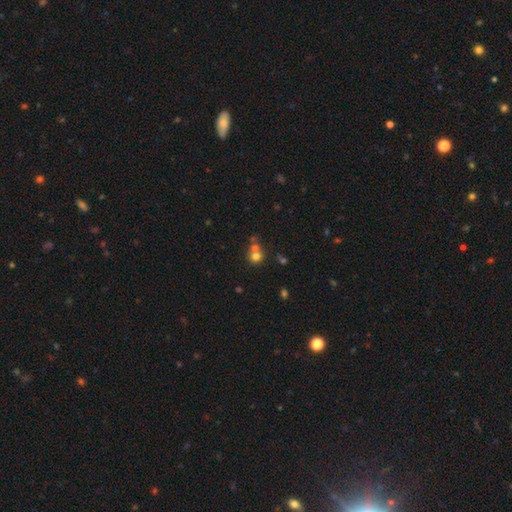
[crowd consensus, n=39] Smooth or featured? smooth (79%)
How rounded? round (94%)
Merging? none (54%)